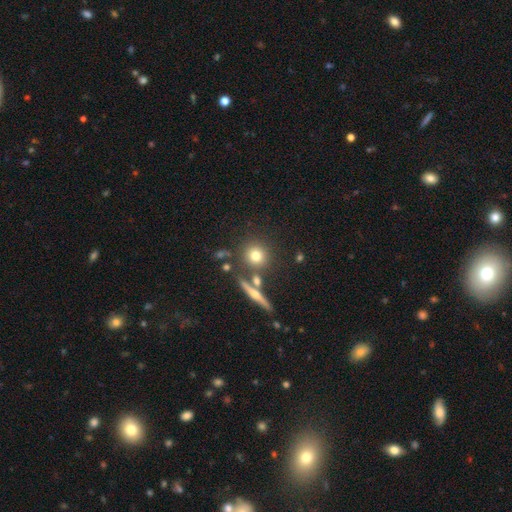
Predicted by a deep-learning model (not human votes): This is likely a smooth galaxy (72%). How rounded: clearly round (90%). Merging: likely none (75%).